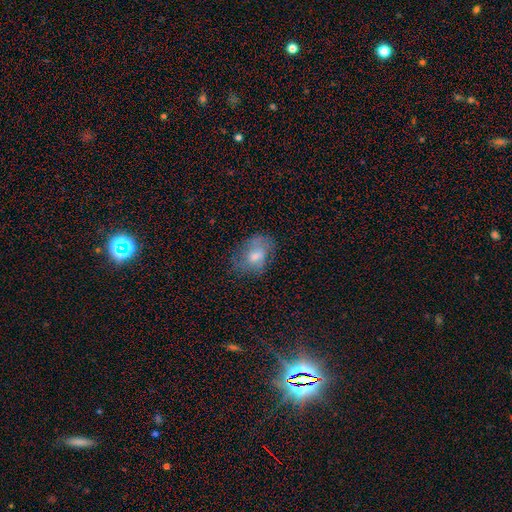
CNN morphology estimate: This is possibly a smooth galaxy (53%). How rounded: likely in between (73%). Merging: possibly none (57%).